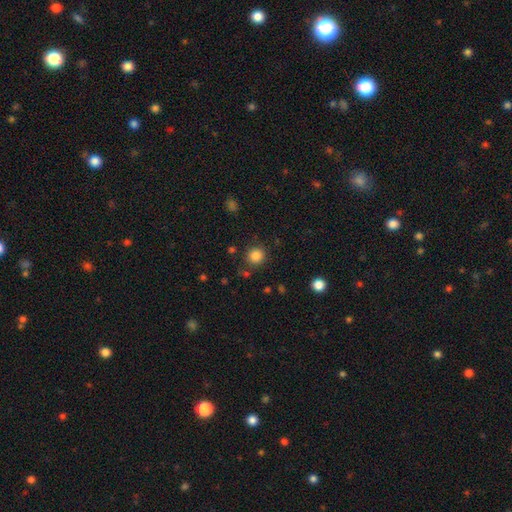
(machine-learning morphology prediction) A smooth galaxy with no disk features (85%) that is round (90%). Merging: none (83%).